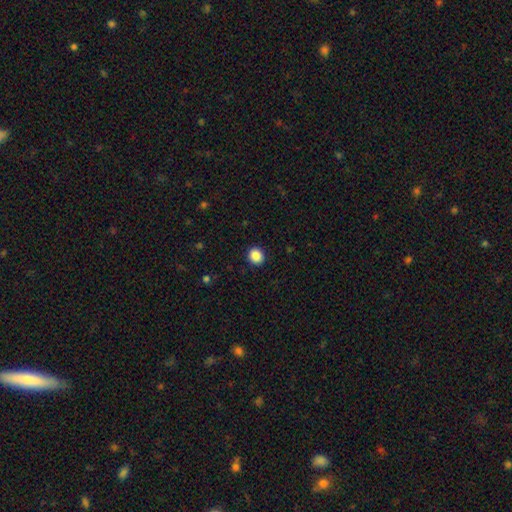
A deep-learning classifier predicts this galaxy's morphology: smooth 88%, star or artifact 9%, featured or disk 3%. Down the decision tree: how rounded — round (81%); merging — none (92%).